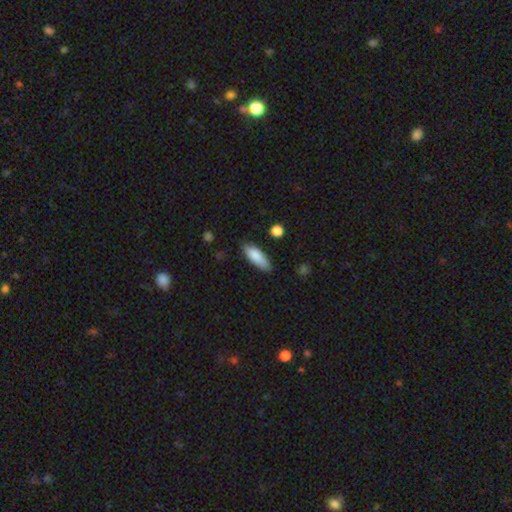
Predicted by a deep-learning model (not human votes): This is clearly a smooth galaxy (85%). How rounded: likely in between (65%). Merging: likely none (79%).